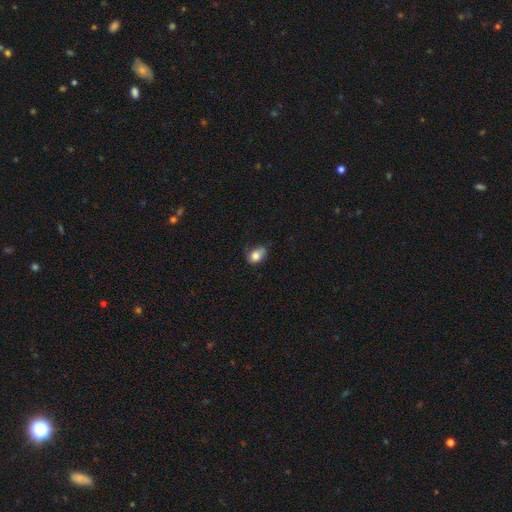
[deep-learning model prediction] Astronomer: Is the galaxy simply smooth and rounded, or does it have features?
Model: smooth — 81%.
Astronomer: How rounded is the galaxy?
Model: in between — 75%.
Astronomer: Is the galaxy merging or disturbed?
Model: none — 45% (runner-up: minor disturbance, 39%).